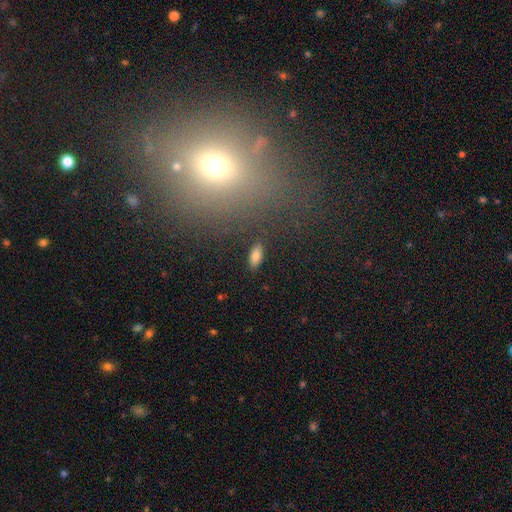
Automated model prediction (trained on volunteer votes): This is clearly a smooth galaxy (82%). How rounded: clearly in between (85%). Merging: clearly none (87%).